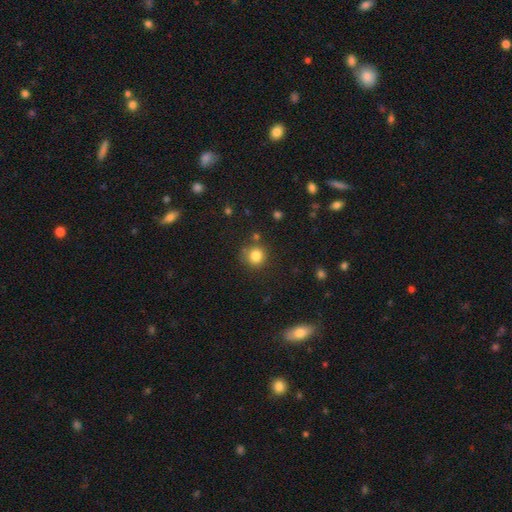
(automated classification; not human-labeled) This appears to be a smooth galaxy with no disk features (82%) that is round (90%). Merging: none (77%).